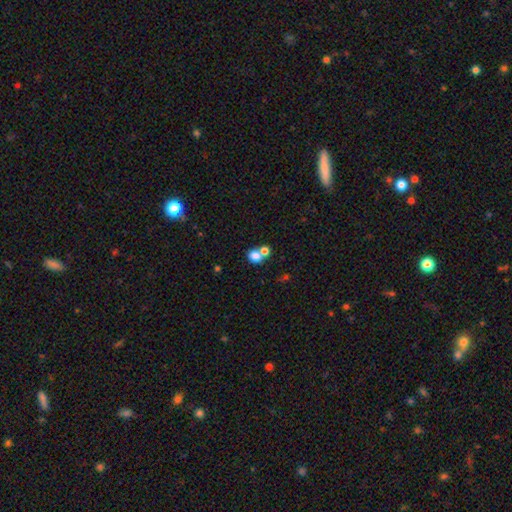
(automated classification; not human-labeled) Q: Smooth or featured?
A: smooth (78%); runner-up: star or artifact (12%)
Q: How rounded?
A: round (65%); runner-up: in between (34%)
Q: Merging?
A: merger (50%); runner-up: none (39%)